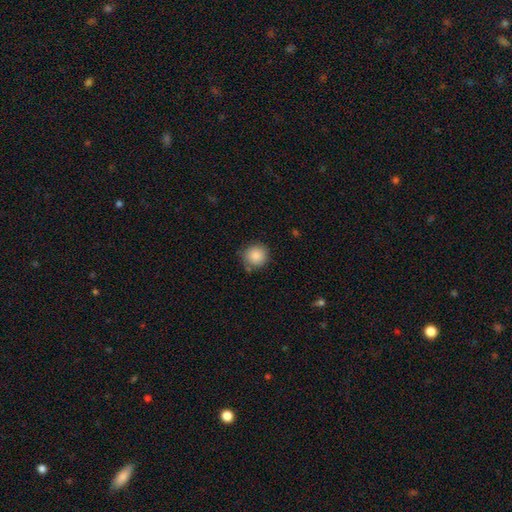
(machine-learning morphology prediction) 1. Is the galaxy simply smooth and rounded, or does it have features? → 87% smooth, 8% star or artifact, 5% featured or disk.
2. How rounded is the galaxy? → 92% round, 7% in between, 1% cigar-shaped.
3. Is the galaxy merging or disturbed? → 80% none, 14% minor disturbance, 3% major disturbance, 3% merger.